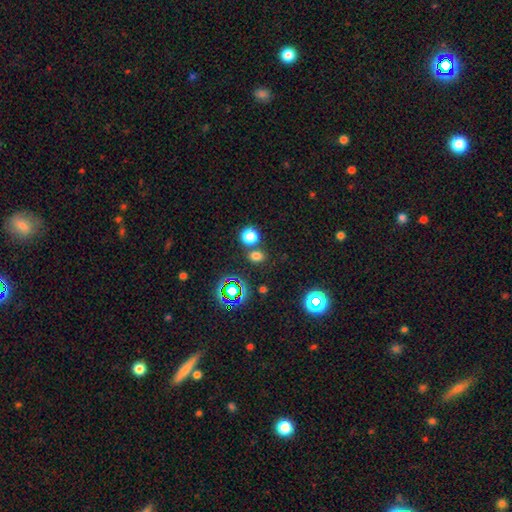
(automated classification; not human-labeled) A smooth galaxy with no disk features (69%) that is round (61%).

Vote fractions:
- Smooth or featured? smooth: 69% / star or artifact: 25% / featured or disk: 6%
- How rounded? round: 61% / in between: 38% / cigar-shaped: 1%
- Merging? none: 69% / merger: 19% / minor disturbance: 8% / major disturbance: 3%